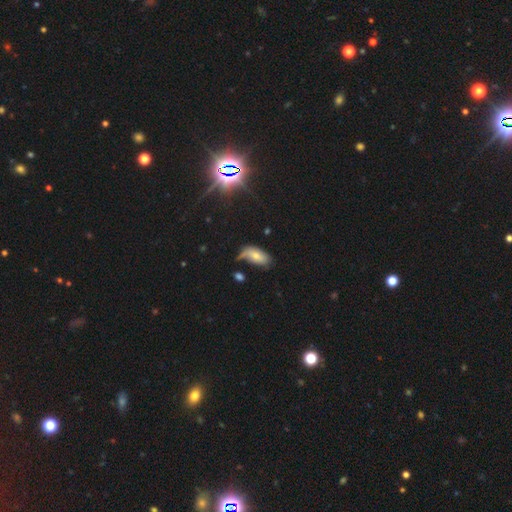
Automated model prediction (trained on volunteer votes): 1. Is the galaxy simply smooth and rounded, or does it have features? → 62% smooth, 28% featured or disk, 10% star or artifact.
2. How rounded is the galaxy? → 91% in between, 6% cigar-shaped, 4% round.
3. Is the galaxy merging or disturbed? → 39% none, 33% minor disturbance, 20% major disturbance, 8% merger.